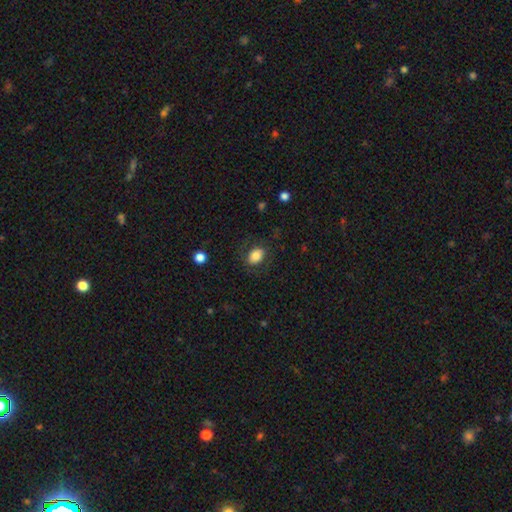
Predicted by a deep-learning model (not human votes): smooth 81%, featured or disk 11%, star or artifact 8%. Down the decision tree: how rounded — in between (73%); merging — none (79%).